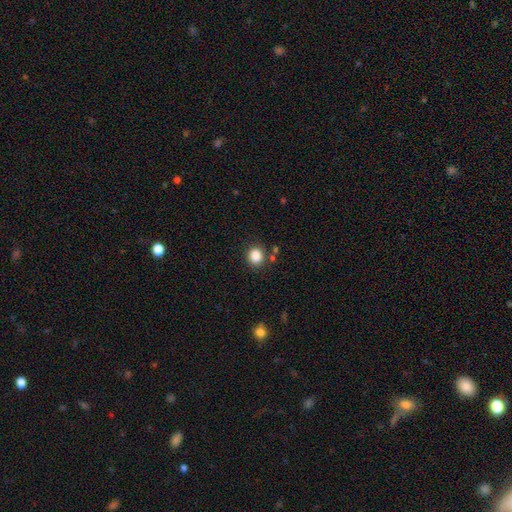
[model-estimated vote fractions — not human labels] The model was most divided on "how rounded": round: 79%, in between: 20%, cigar-shaped: 1%. More confident: smooth or featured — smooth (86%); merging — none (84%).